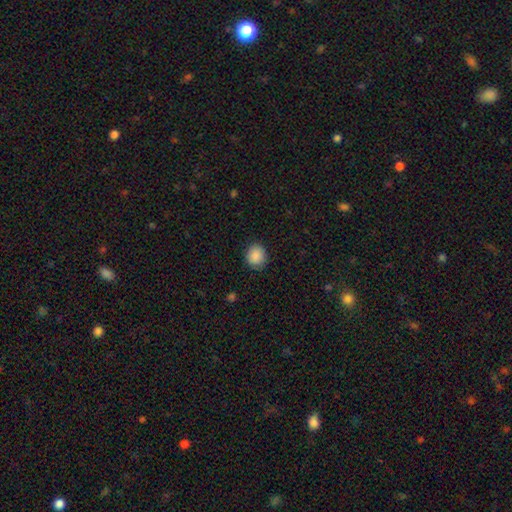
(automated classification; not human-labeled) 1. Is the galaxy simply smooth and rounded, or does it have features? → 89% smooth, 8% star or artifact, 3% featured or disk.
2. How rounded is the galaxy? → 78% round, 21% in between, 1% cigar-shaped.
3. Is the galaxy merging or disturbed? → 87% none, 9% minor disturbance, 2% major disturbance, 1% merger.